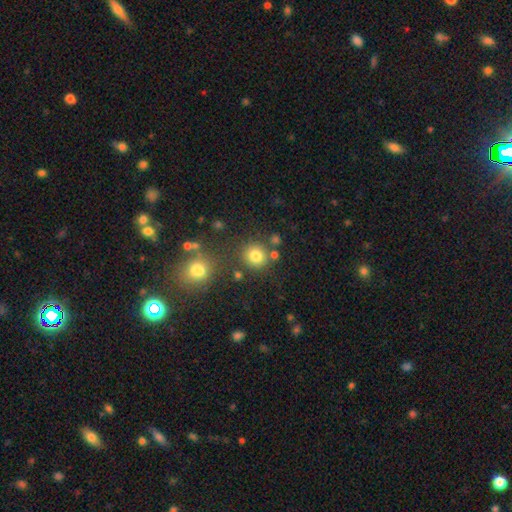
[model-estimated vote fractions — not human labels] This appears to be a smooth galaxy with no disk features (79%) that is round (90%). Merging: none (79%).